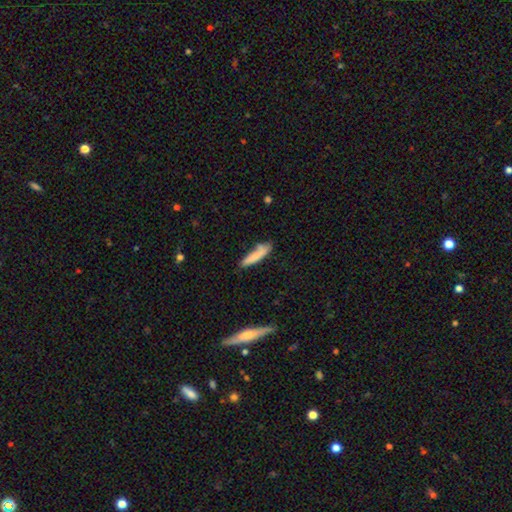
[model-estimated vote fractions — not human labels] smooth-or-featured: smooth: 78% | featured or disk: 15% | star or artifact: 7%
  how-rounded: cigar-shaped: 80% | in between: 18% | round: 2%
  merging: none: 59% | minor disturbance: 25% | merger: 9% | major disturbance: 7%